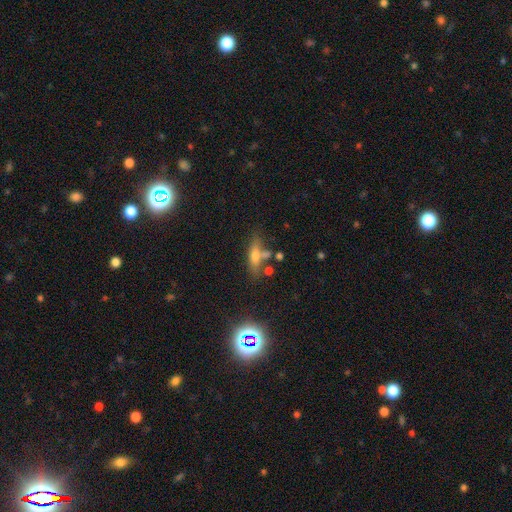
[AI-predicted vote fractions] smooth 56%, featured or disk 31%, star or artifact 13%. Down the decision tree: how rounded — in between (51%); merging — none (54%).